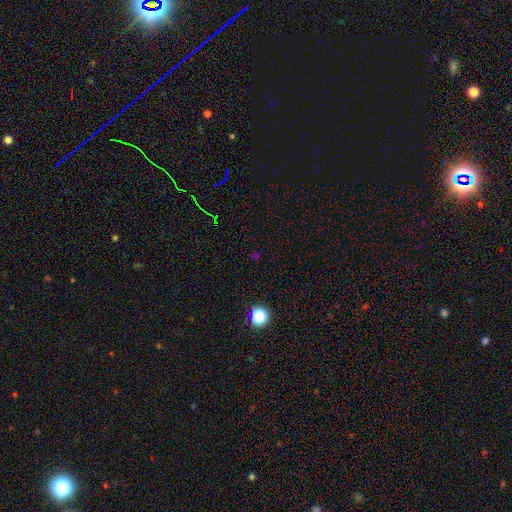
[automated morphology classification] A star or artifact, not a galaxy (60%).

Vote fractions:
- Smooth or featured? star or artifact: 60% / smooth: 34% / featured or disk: 7%